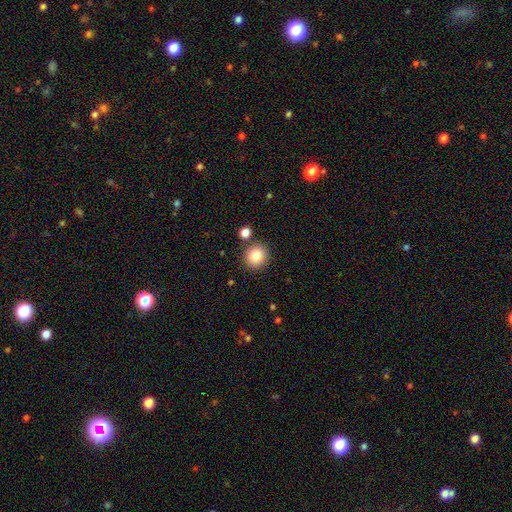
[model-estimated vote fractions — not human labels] Q: Smooth or featured?
A: smooth (84%); runner-up: star or artifact (10%)
Q: How rounded?
A: round (91%); runner-up: in between (8%)
Q: Merging?
A: none (84%); runner-up: minor disturbance (7%)